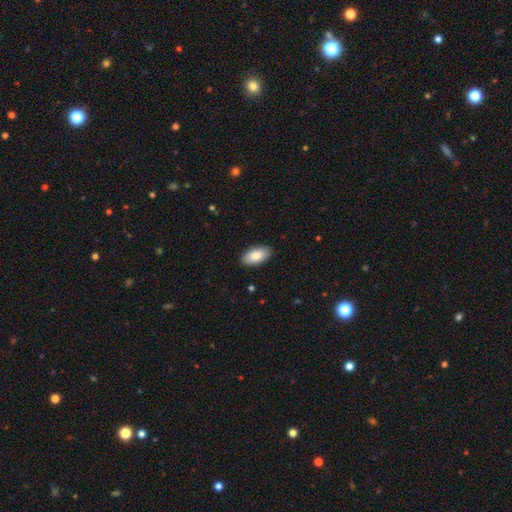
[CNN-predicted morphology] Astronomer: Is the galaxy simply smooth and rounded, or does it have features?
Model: smooth — 83%.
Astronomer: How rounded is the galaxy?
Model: in between — 95%.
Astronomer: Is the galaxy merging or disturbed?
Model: none — 89%.